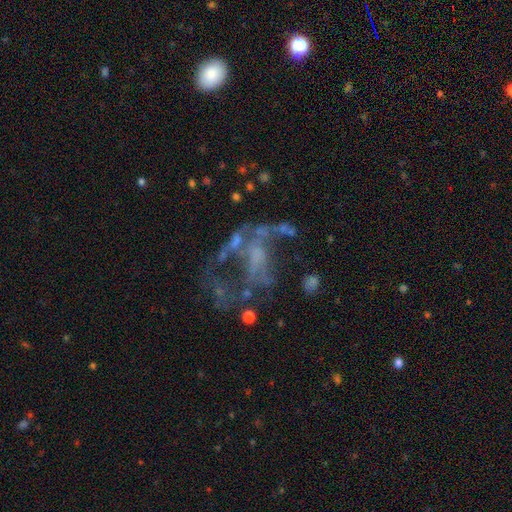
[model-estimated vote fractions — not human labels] The model was most divided on "merging": major disturbance: 43%, none: 31%, merger: 13%, minor disturbance: 13%. More confident: edge-on disk — no (96%); bar — no (71%); spiral arms — no (70%); smooth or featured — featured or disk (65%); bulge size — none (63%).